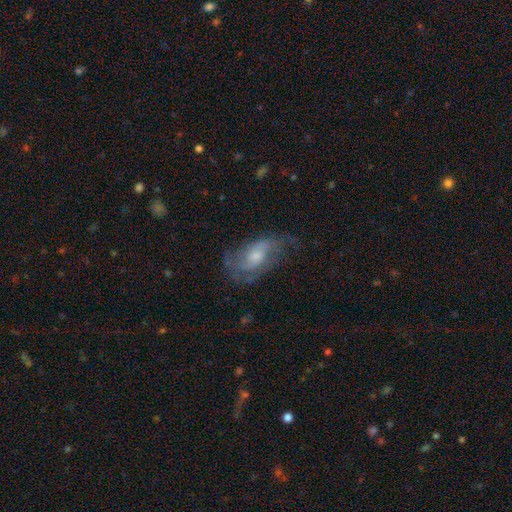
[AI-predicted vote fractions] Overall: featured or disk (68%). Edge-on disk: no (94%). Bar: no (63%; weak 32%). Spiral arms: yes (83%). Spiral arm count: 2 (52%; can't tell 27%). Spiral winding: medium (42%; loose 36%). Bulge size: moderate (49%; small 39%). Merging: none (58%; minor disturbance 23%).